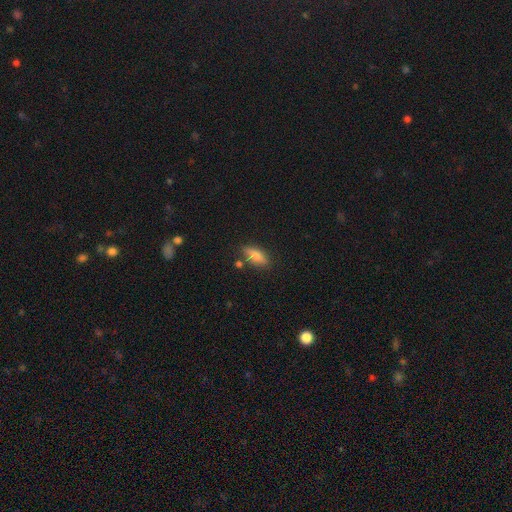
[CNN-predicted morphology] Smooth or featured? smooth (71%)
How rounded? in between (70%)
Merging? none (74%)